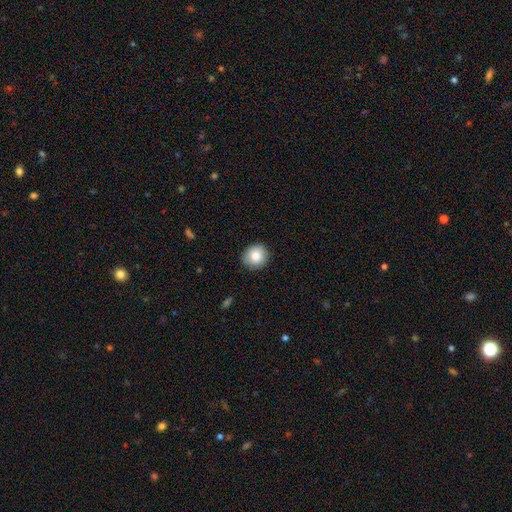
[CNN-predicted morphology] Smooth or featured? smooth (85%)
How rounded? round (86%)
Merging? none (88%)